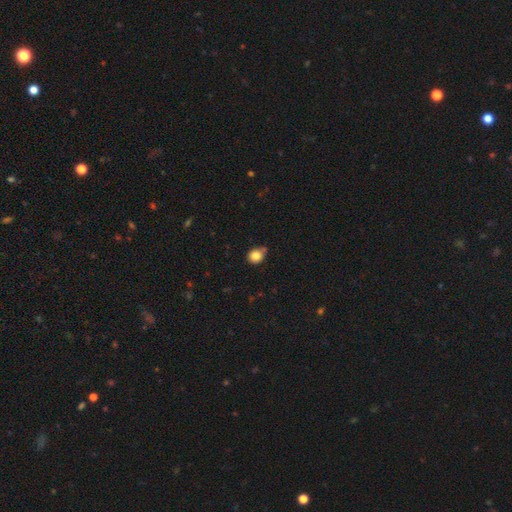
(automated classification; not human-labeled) smooth_or_featured: smooth (p=0.83) [alt: star or artifact p=0.10]
how_rounded: round (p=0.73) [alt: in between p=0.26]
merging: none (p=0.65) [alt: minor disturbance p=0.24]